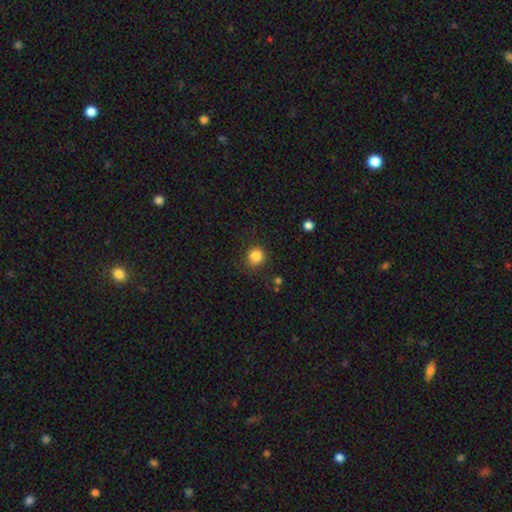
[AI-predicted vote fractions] Smooth or featured?
  - smooth: 85% *
  - star or artifact: 11%
  - featured or disk: 4%
How rounded?
  - round: 90% *
  - in between: 9%
  - cigar-shaped: 1%
Merging?
  - none: 84% *
  - minor disturbance: 11%
  - major disturbance: 3%
  - merger: 2%